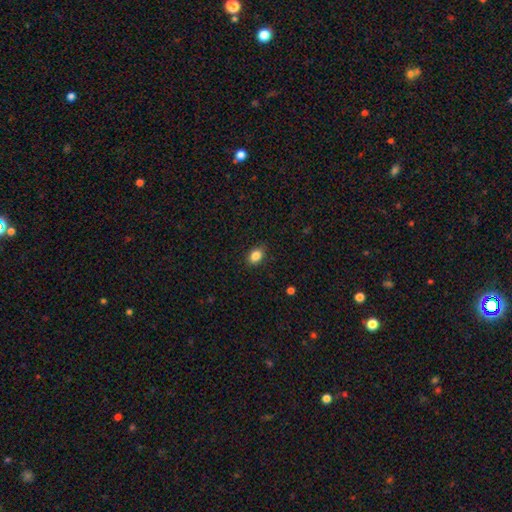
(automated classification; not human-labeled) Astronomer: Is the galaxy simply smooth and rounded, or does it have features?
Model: smooth — 85%.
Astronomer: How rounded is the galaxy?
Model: in between — 79%.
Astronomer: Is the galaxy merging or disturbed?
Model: none — 86%.